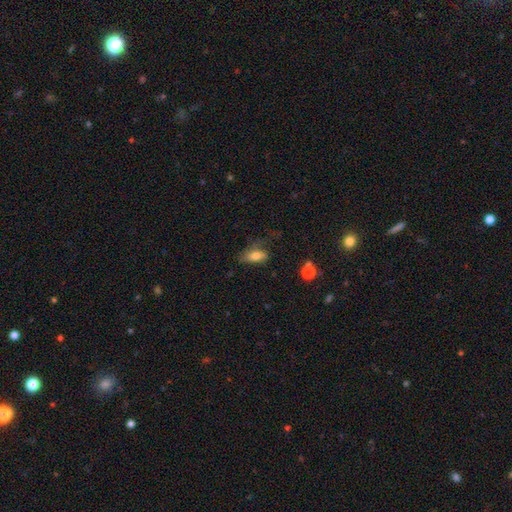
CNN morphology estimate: Q: Smooth or featured?
A: smooth (69%); runner-up: featured or disk (23%)
Q: How rounded?
A: in between (82%); runner-up: cigar-shaped (12%)
Q: Merging?
A: none (41%); runner-up: minor disturbance (29%)